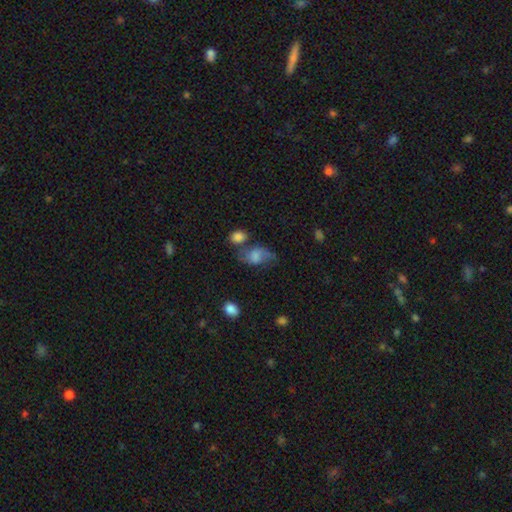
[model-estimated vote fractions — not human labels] smooth_or_featured: smooth (p=0.58) [alt: featured or disk p=0.32]
how_rounded: in between (p=0.81) [alt: round p=0.17]
merging: none (p=0.41) [alt: minor disturbance p=0.25]